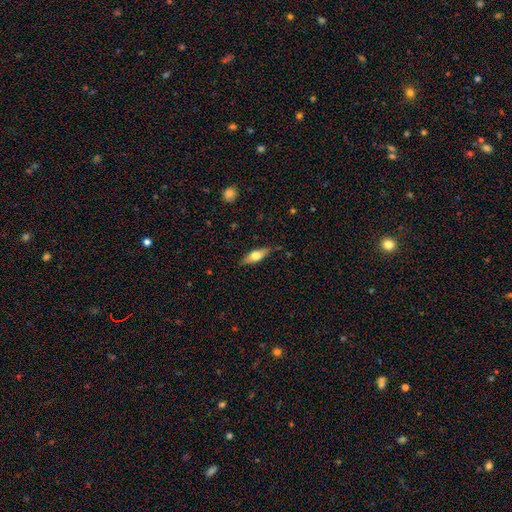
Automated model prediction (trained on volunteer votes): Smooth or featured? smooth (58%)
How rounded? in between (60%)
Merging? none (82%)